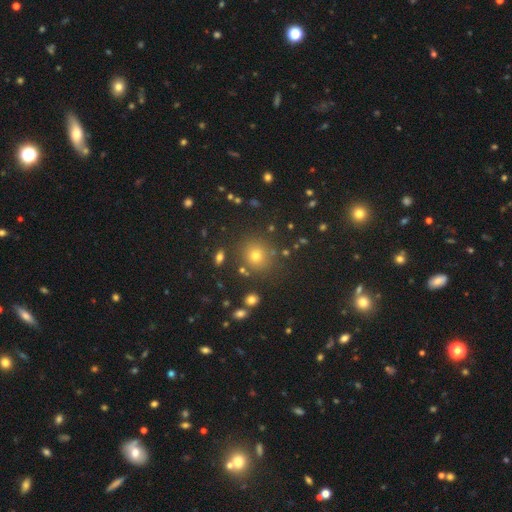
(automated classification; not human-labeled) This is likely a smooth galaxy (64%). How rounded: clearly round (89%). Merging: clearly none (85%).